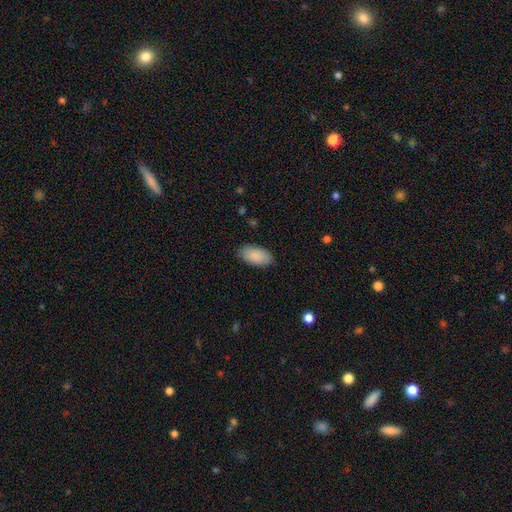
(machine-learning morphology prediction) A smooth galaxy with no disk features (89%) that is in between round and cigar-shaped (95%).

Vote fractions:
- Smooth or featured? smooth: 89% / star or artifact: 6% / featured or disk: 5%
- How rounded? in between: 95% / cigar-shaped: 3% / round: 2%
- Merging? none: 86% / minor disturbance: 10% / major disturbance: 2% / merger: 1%